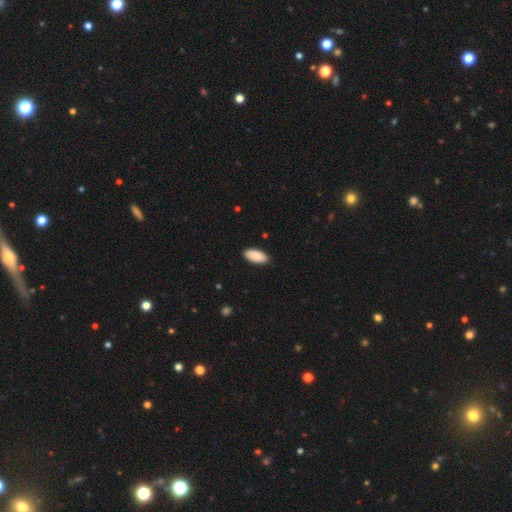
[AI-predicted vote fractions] Q: Smooth or featured?
A: smooth (90%); runner-up: star or artifact (6%)
Q: How rounded?
A: in between (93%); runner-up: cigar-shaped (6%)
Q: Merging?
A: none (88%); runner-up: minor disturbance (9%)